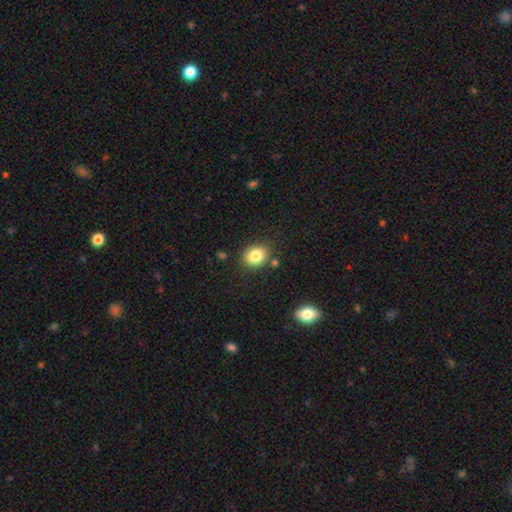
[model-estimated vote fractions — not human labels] This is clearly a smooth galaxy (83%). How rounded: possibly round (60%). Merging: clearly none (81%).